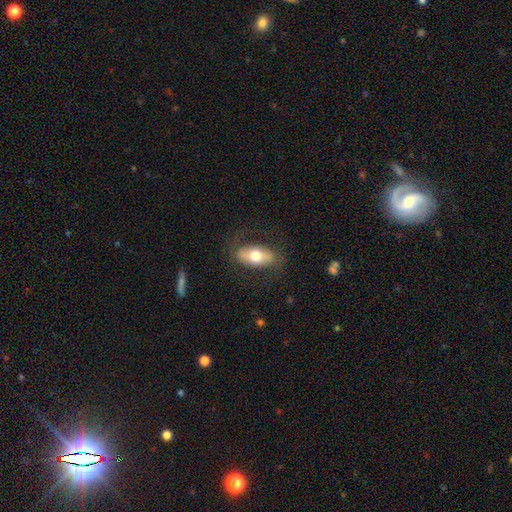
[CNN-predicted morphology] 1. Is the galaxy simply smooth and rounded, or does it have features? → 63% smooth, 31% featured or disk, 6% star or artifact.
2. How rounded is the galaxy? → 88% in between, 7% cigar-shaped, 5% round.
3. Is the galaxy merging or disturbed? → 79% none, 14% minor disturbance, 6% major disturbance, 1% merger.